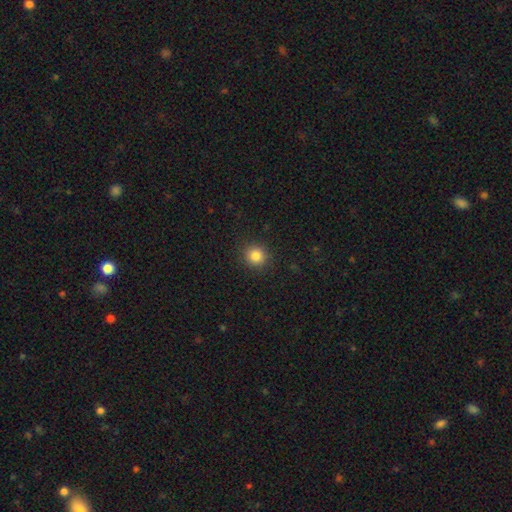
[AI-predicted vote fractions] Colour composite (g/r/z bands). It shows a smooth galaxy with no disk features (84%) that is round (91%). Merging: none (91%).